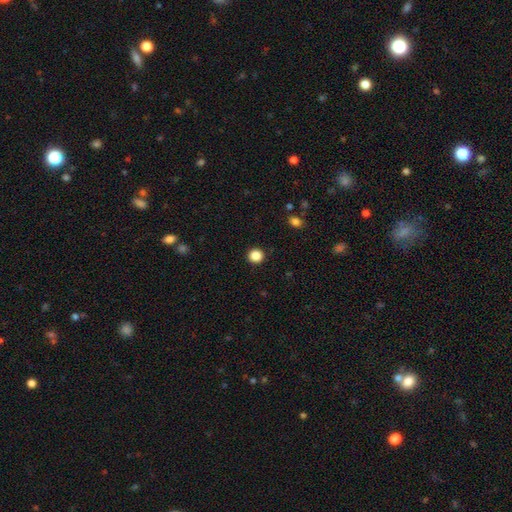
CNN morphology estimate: Q: Smooth or featured?
A: smooth (86%); runner-up: star or artifact (11%)
Q: How rounded?
A: round (92%); runner-up: in between (7%)
Q: Merging?
A: none (92%); runner-up: minor disturbance (5%)